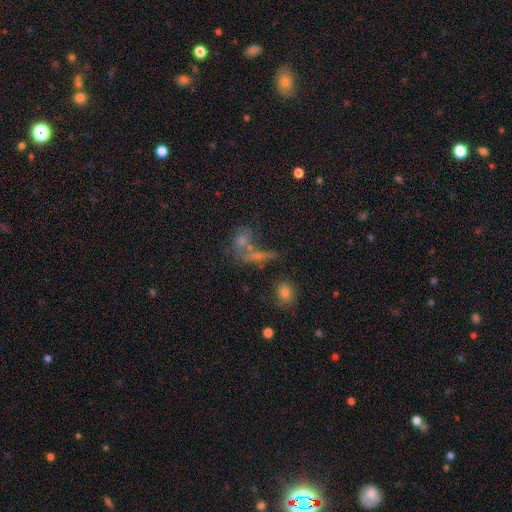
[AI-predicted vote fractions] smooth 49%, featured or disk 26%, star or artifact 25%. Down the decision tree: merging — none (40%).